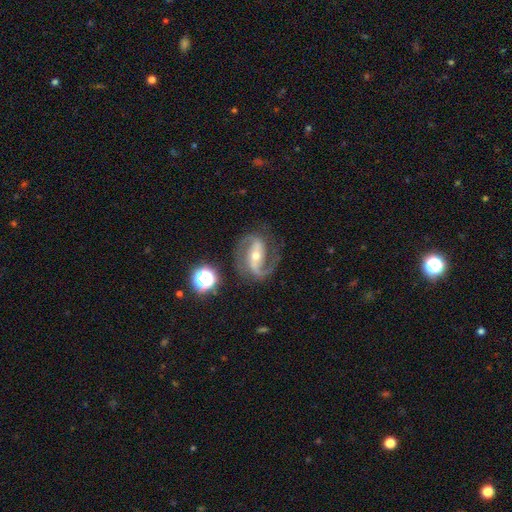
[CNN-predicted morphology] This is clearly a featured or disk galaxy (89%). It is clearly not viewed edge-on (97%). Bar: possibly strong (50%). Spiral arm pattern: clearly yes (97%). Spiral arm count: clearly 2 (88%). Spiral winding: possibly medium (55%). Central bulge: possibly small (50%). Merging: likely none (77%).